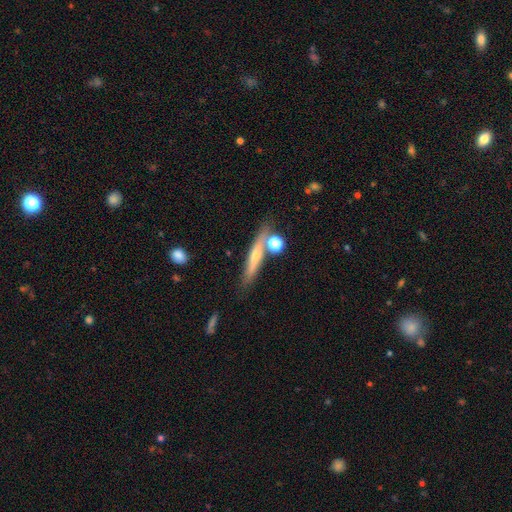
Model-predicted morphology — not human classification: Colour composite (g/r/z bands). It shows a featured or disk galaxy (46%). Merging: none (73%).